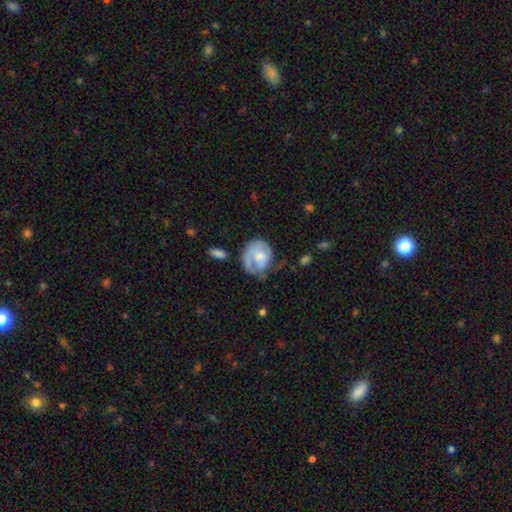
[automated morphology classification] This is possibly a featured or disk galaxy (48%). Merging: marginally none (45%).